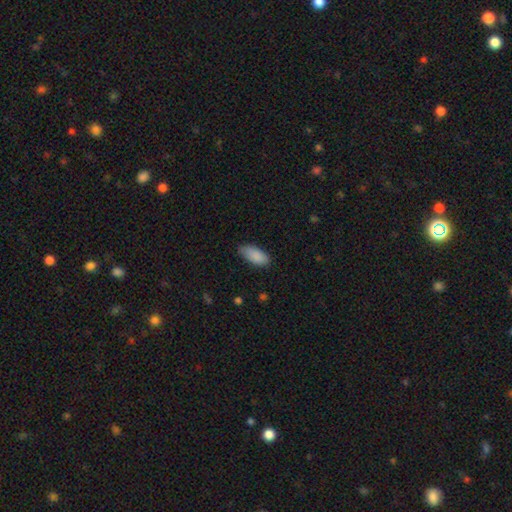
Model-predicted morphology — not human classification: smooth-or-featured: smooth: 88% | star or artifact: 6% | featured or disk: 5%
  how-rounded: in between: 89% | cigar-shaped: 9% | round: 2%
  merging: none: 72% | minor disturbance: 24% | major disturbance: 4% | merger: 1%